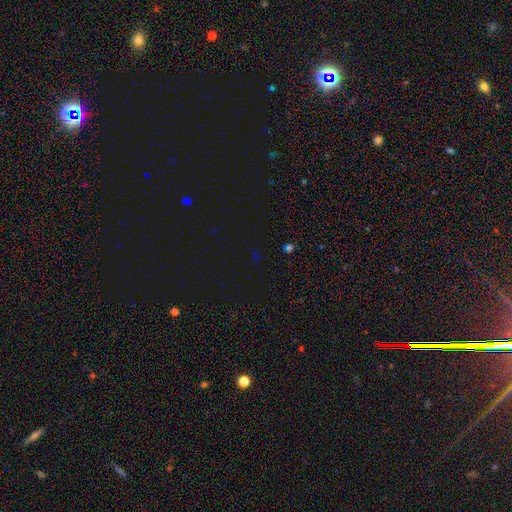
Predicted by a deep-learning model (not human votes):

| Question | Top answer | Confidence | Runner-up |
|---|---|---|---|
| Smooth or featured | star or artifact | 69% | smooth (24%) |